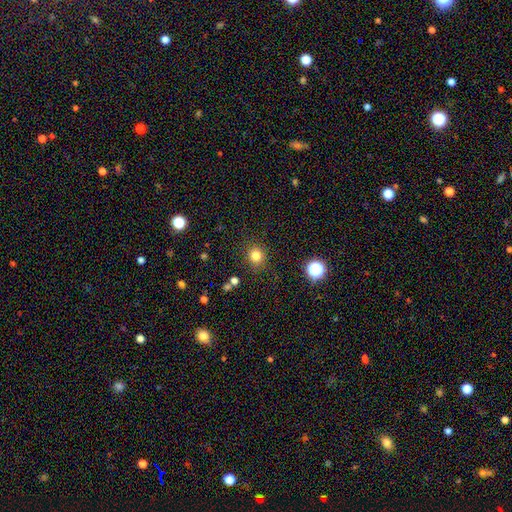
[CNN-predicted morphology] This appears to be a smooth galaxy with no disk features (80%) that is round (87%). Merging: none (87%).